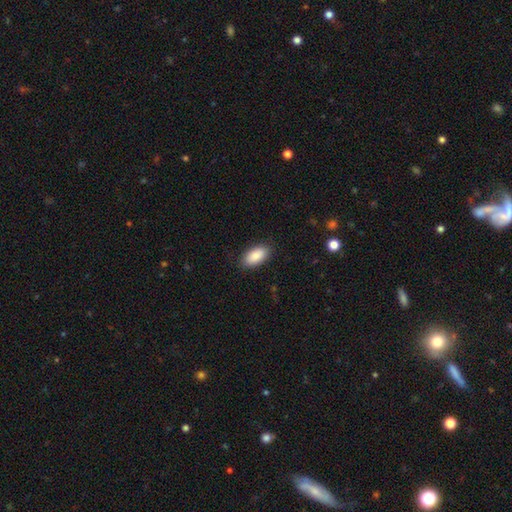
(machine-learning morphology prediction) Smooth or featured? smooth (89%)
How rounded? in between (93%)
Merging? none (87%)